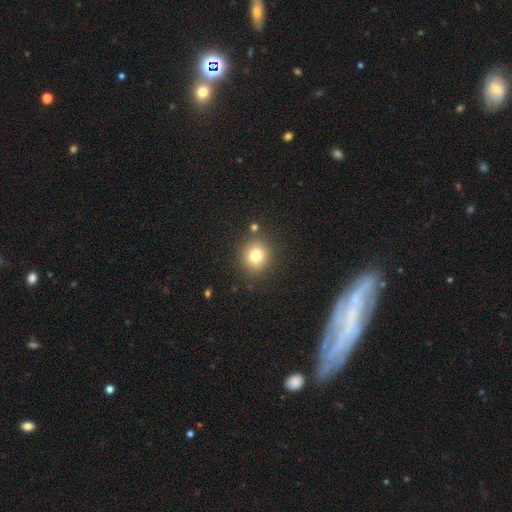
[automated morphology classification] This is likely a smooth galaxy (77%). How rounded: clearly round (86%). Merging: clearly none (85%).